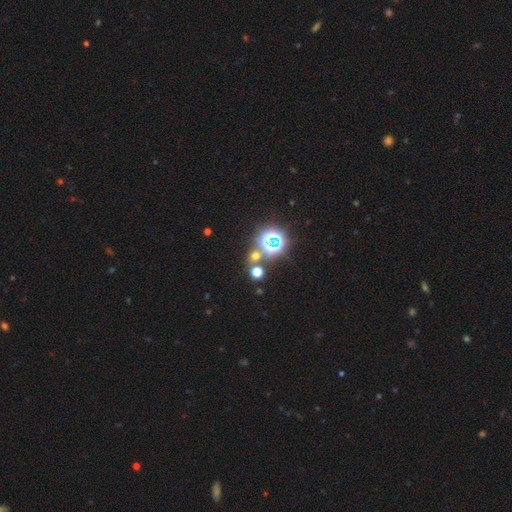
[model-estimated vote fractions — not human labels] Smooth or featured?
  - star or artifact: 48% *
  - smooth: 44%
  - featured or disk: 8%